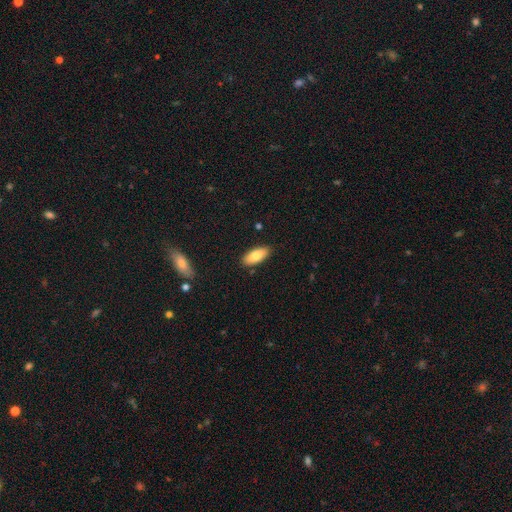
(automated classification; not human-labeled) smooth 79%, featured or disk 15%, star or artifact 6%. Down the decision tree: how rounded — in between (86%); merging — none (87%).